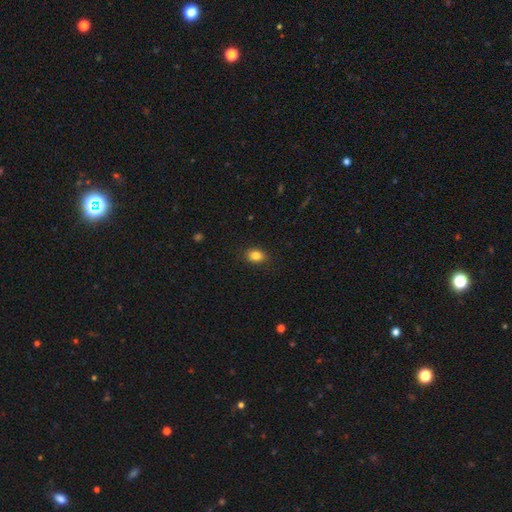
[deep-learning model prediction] Overall: smooth (84%). How rounded: in between (66%; round 33%). Merging: none (87%).